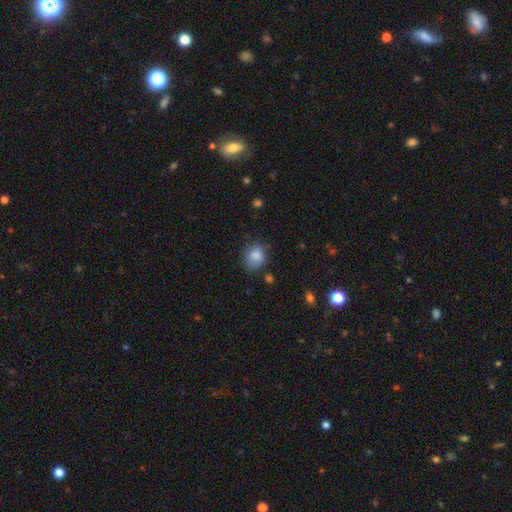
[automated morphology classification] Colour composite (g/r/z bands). It shows a smooth galaxy with no disk features (84%) that is round (54%). Merging: none (61%).